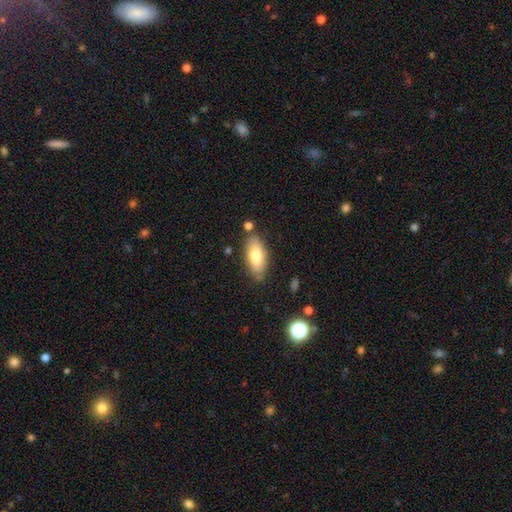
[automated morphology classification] smooth 75%, featured or disk 18%, star or artifact 7%. Down the decision tree: how rounded — in between (85%); merging — none (79%).